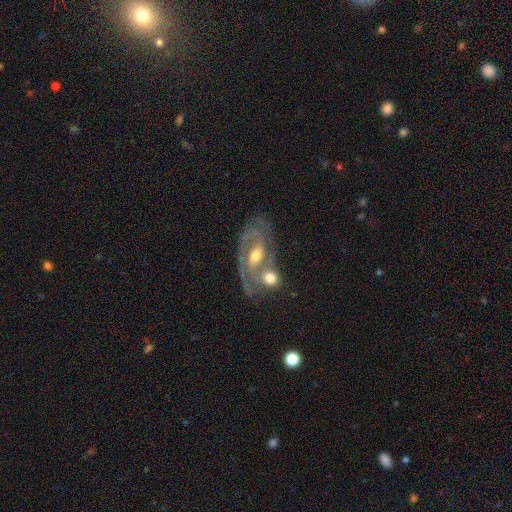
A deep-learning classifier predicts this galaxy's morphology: Q: Smooth or featured?
A: featured or disk (84%); runner-up: smooth (10%)
Q: Edge-on disk?
A: no (94%); runner-up: yes (6%)
Q: Bar?
A: weak (42%); runner-up: no (36%)
Q: Spiral arms?
A: yes (90%); runner-up: no (10%)
Q: Spiral winding?
A: tight (53%); runner-up: medium (38%)
Q: Spiral arm count?
A: 2 (70%); runner-up: can't tell (14%)
Q: Bulge size?
A: moderate (68%); runner-up: small (25%)
Q: Merging?
A: none (56%); runner-up: merger (20%)